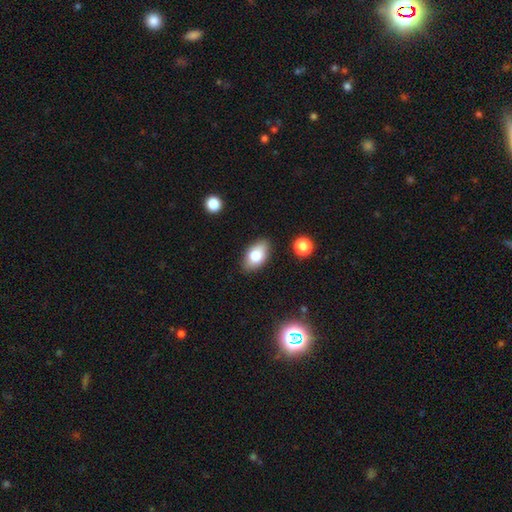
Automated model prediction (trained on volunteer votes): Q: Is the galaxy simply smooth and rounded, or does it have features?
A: smooth — 77%.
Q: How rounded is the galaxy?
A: in between — 91%.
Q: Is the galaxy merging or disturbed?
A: none — 82%.